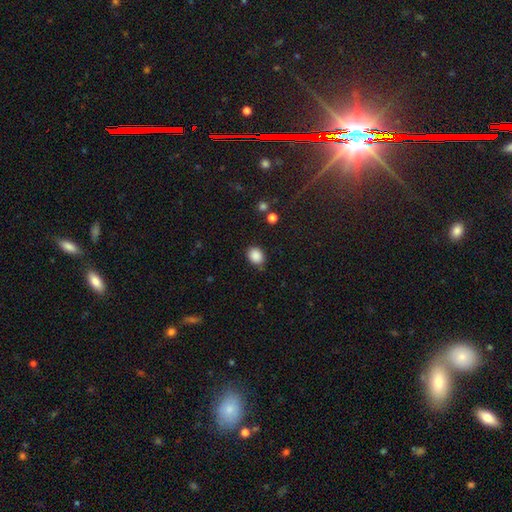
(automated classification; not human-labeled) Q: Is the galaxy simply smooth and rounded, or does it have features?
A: smooth — 88%.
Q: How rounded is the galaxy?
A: in between — 54%.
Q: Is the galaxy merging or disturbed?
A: none — 79%.